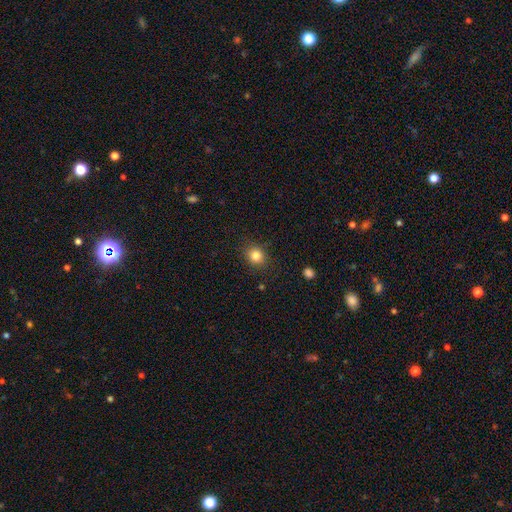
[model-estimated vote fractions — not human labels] This is clearly a smooth galaxy (83%). How rounded: likely round (73%). Merging: clearly none (88%).